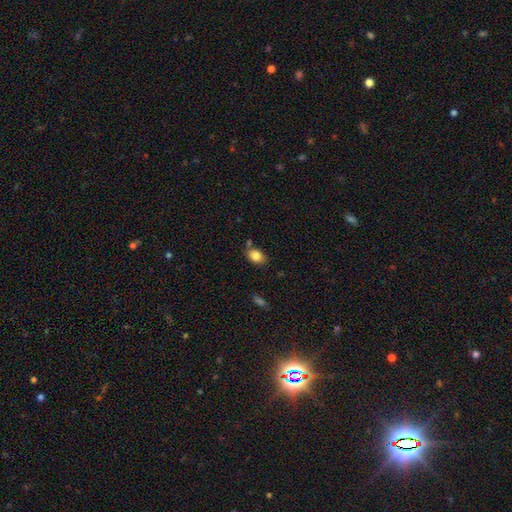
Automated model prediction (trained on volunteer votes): The model was most divided on "how rounded": in between: 71%, round: 28%, cigar-shaped: 1%. More confident: smooth or featured — smooth (84%); merging — none (70%).